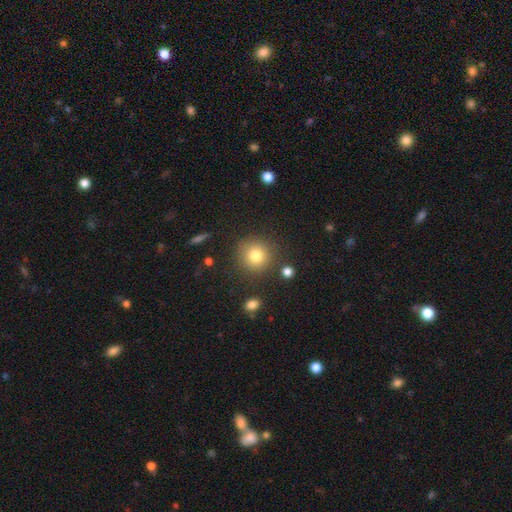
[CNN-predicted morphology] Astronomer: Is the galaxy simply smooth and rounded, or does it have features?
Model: smooth — 80%.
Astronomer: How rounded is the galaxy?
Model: round — 92%.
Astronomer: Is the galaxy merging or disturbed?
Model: none — 85%.